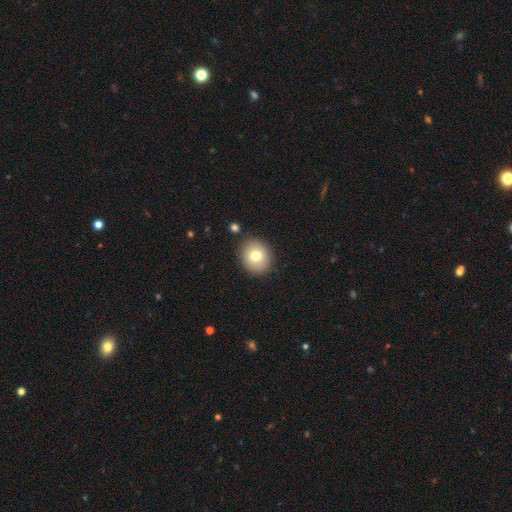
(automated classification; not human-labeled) Smooth or featured: smooth — 76% (featured or disk — 14%)
How rounded: round — 70% (in between — 29%)
Merging: none — 86% (minor disturbance — 8%)